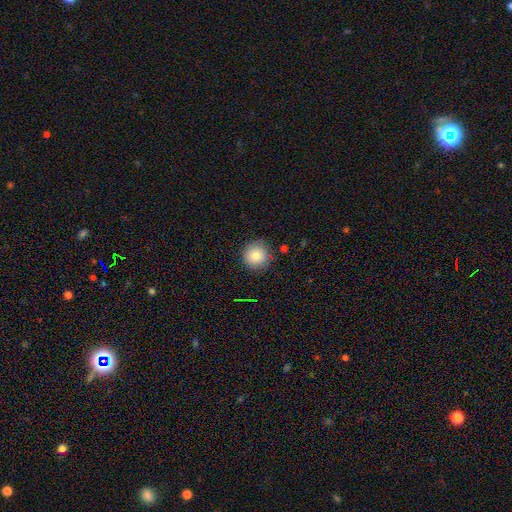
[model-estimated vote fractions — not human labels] The model was most divided on "smooth or featured": smooth: 80%, star or artifact: 11%, featured or disk: 10%. More confident: how rounded — round (94%); merging — none (84%).